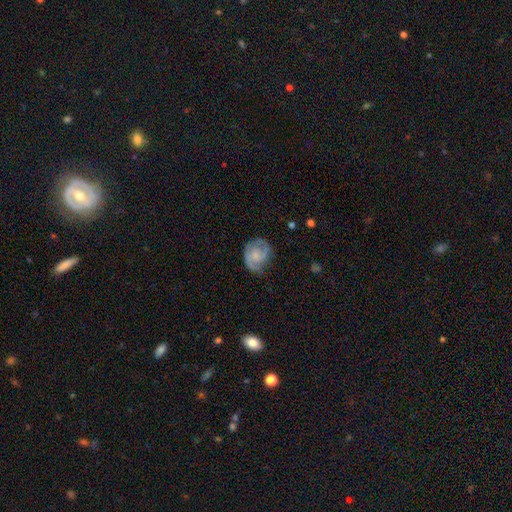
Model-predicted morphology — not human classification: A featured or disk galaxy (59%) with no bar (67%), spiral arms (85%) and a small central bulge (43%). Merging: none (56%).